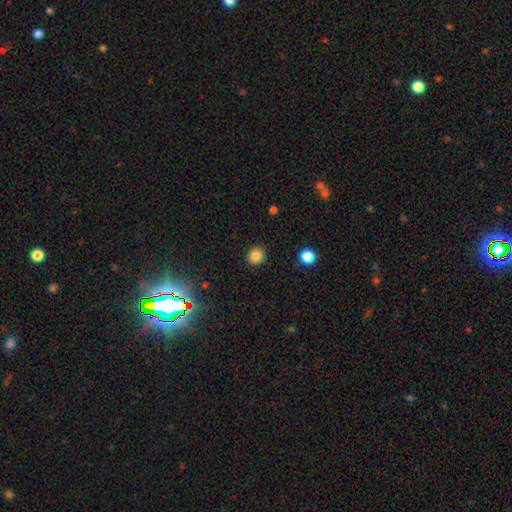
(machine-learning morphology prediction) The model was most divided on "how rounded": round: 85%, in between: 14%, cigar-shaped: 1%. More confident: merging — none (90%); smooth or featured — smooth (85%).